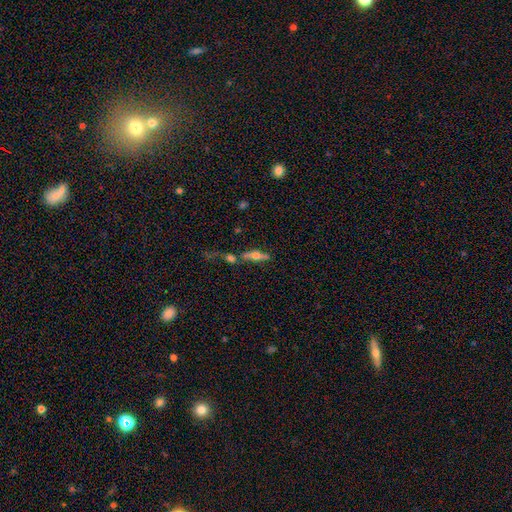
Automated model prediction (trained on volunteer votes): Smooth or featured? Predicted: featured or disk (p=0.58). Edge-on disk? Predicted: yes (p=0.86). Merging? Predicted: none (p=0.49).